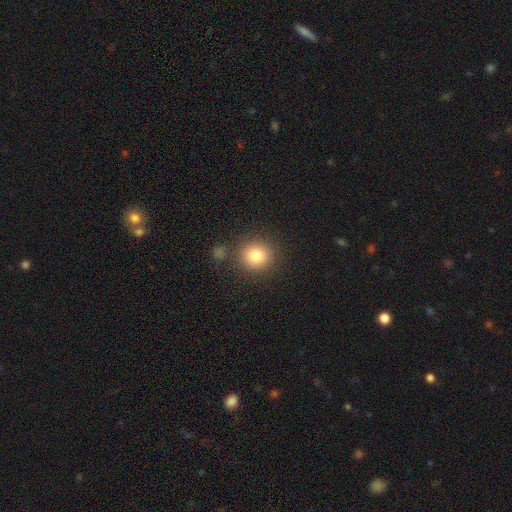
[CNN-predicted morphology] Smooth or featured? smooth (82%)
How rounded? round (90%)
Merging? none (83%)